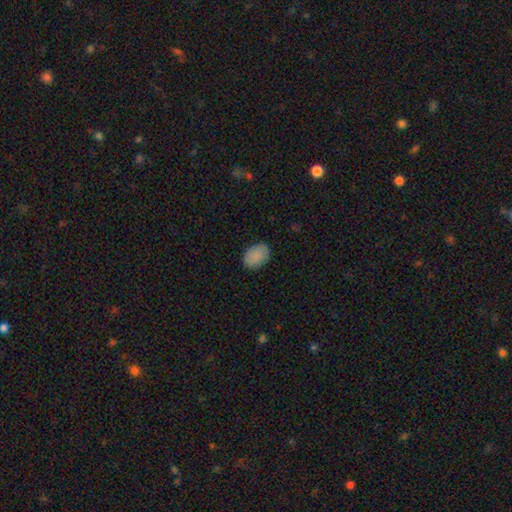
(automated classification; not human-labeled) The model was most divided on "how rounded": in between: 79%, round: 20%, cigar-shaped: 1%. More confident: smooth or featured — smooth (88%); merging — none (84%).